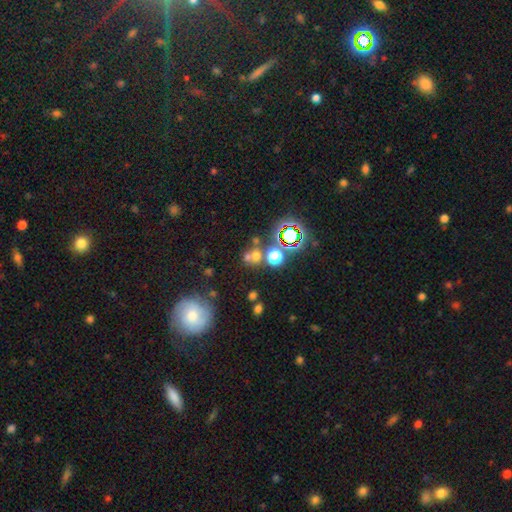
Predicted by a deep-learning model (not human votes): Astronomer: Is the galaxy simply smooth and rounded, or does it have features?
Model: smooth — 52% (runner-up: star or artifact, 37%).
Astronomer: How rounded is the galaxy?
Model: round — 83%.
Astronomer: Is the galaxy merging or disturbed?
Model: none — 57%.